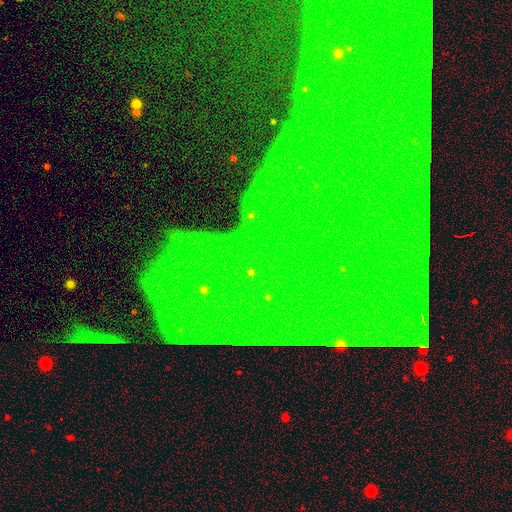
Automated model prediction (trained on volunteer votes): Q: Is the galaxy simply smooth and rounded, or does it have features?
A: star or artifact — 85%.